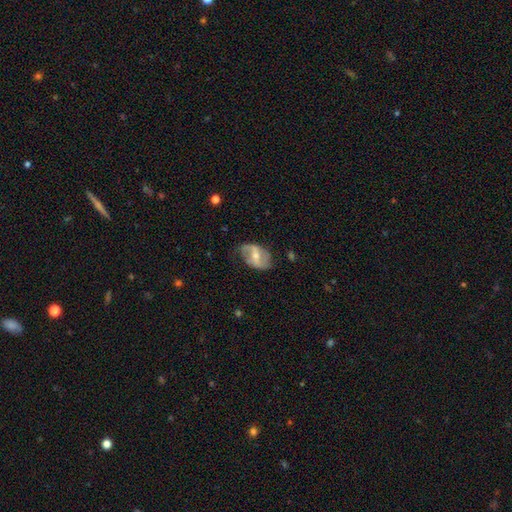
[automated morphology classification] Smooth or featured?
  - featured or disk: 72% *
  - smooth: 23%
  - star or artifact: 6%
Edge-on disk?
  - no: 95% *
  - yes: 5%
Bar?
  - strong: 46% *
  - weak: 39%
  - no: 15%
Spiral arms?
  - yes: 76% *
  - no: 24%
Spiral winding?
  - loose: 50% *
  - medium: 35%
  - tight: 15%
Spiral arm count?
  - 2: 85% *
  - can't tell: 9%
  - 1: 4%
  - 3: 1%
  - 4: 1%
  - more than 4: 1%
Bulge size?
  - moderate: 57% *
  - small: 38%
  - large: 3%
  - none: 2%
  - dominant: 1%
Merging?
  - none: 68% *
  - minor disturbance: 23%
  - major disturbance: 8%
  - merger: 1%